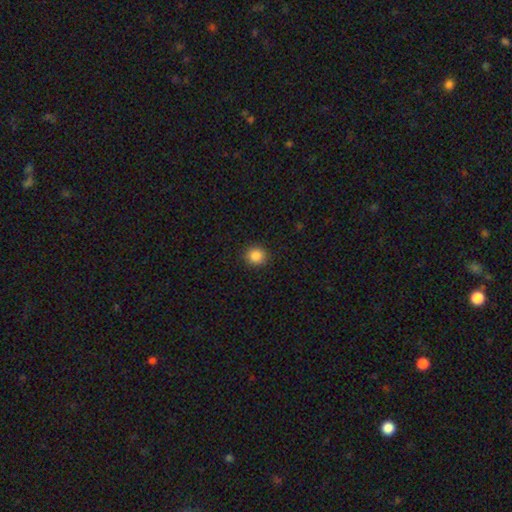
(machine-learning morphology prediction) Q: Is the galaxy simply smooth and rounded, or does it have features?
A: smooth — 87%.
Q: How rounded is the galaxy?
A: round — 90%.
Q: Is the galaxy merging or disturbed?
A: none — 91%.